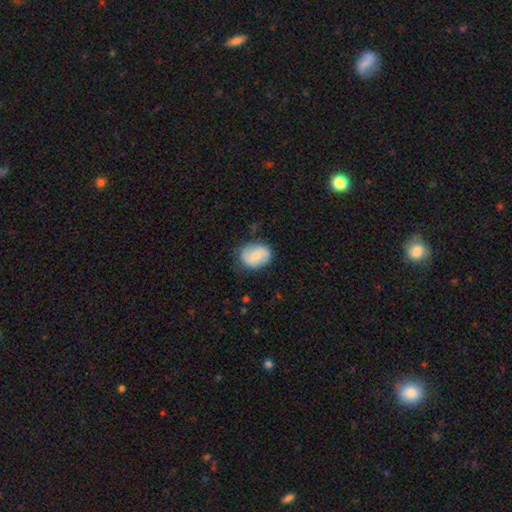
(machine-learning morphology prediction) A smooth galaxy with no disk features (62%) that is in between round and cigar-shaped (57%). Merging: none (74%).